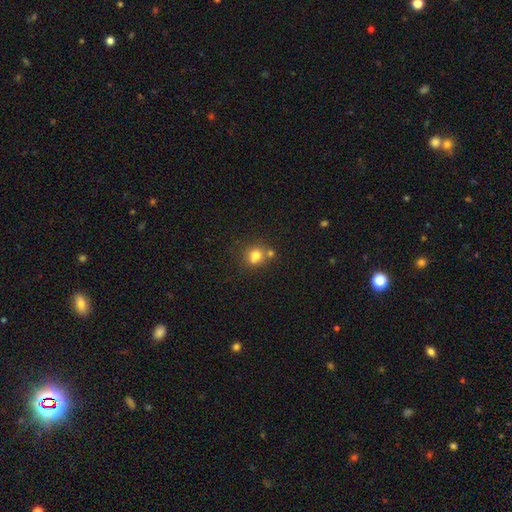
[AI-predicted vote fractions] A smooth galaxy with no disk features (74%) that is round (80%). Merging: none (50%).